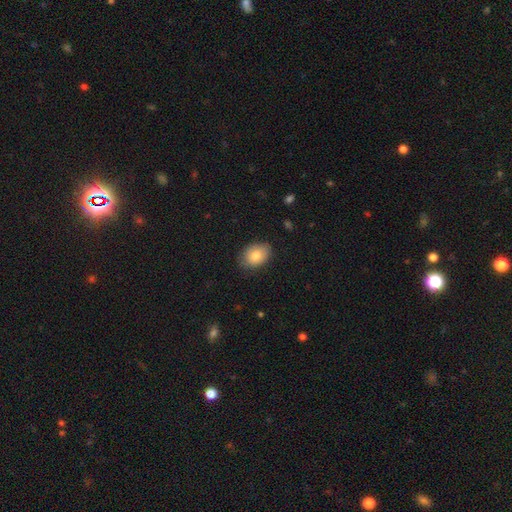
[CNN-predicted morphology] Smooth or featured?
  - smooth: 80% *
  - featured or disk: 13%
  - star or artifact: 7%
How rounded?
  - in between: 75% *
  - round: 24%
  - cigar-shaped: 1%
Merging?
  - none: 78% *
  - minor disturbance: 18%
  - major disturbance: 3%
  - merger: 1%